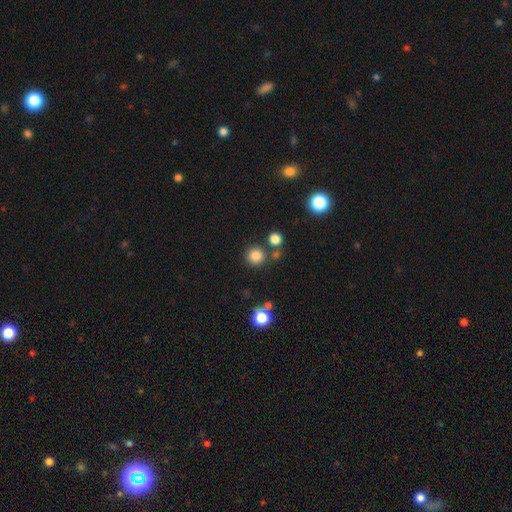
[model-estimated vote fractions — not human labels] Smooth or featured? smooth (82%)
How rounded? round (93%)
Merging? none (81%)